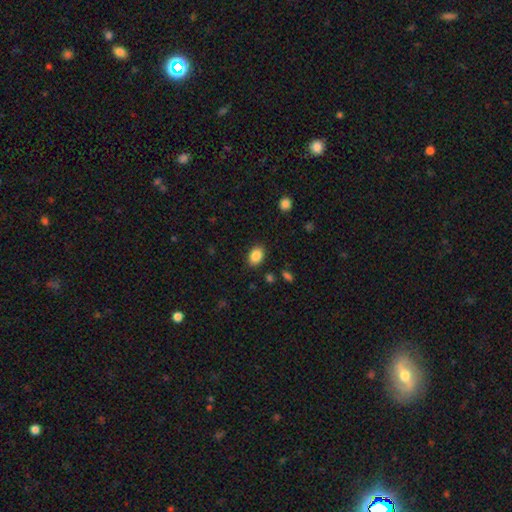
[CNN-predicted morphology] Overall: smooth (87%). How rounded: in between (79%). Merging: none (87%).